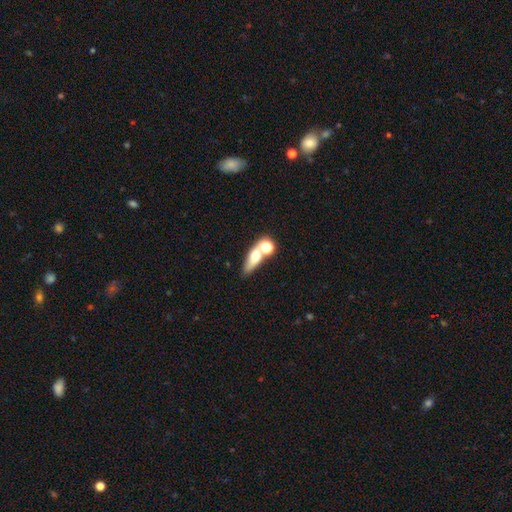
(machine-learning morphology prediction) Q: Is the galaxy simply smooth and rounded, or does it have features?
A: smooth — 58%.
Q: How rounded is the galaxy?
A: in between — 50%.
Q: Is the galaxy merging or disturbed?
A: none — 44%.